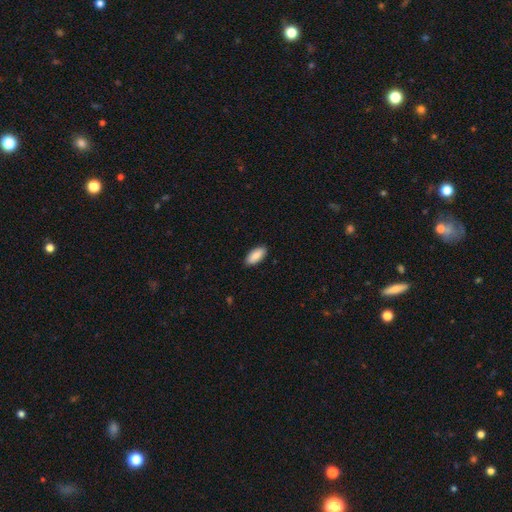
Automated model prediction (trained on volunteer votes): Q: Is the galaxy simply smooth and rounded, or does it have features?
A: smooth — 84%.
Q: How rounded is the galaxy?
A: in between — 90%.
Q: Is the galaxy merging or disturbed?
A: none — 89%.